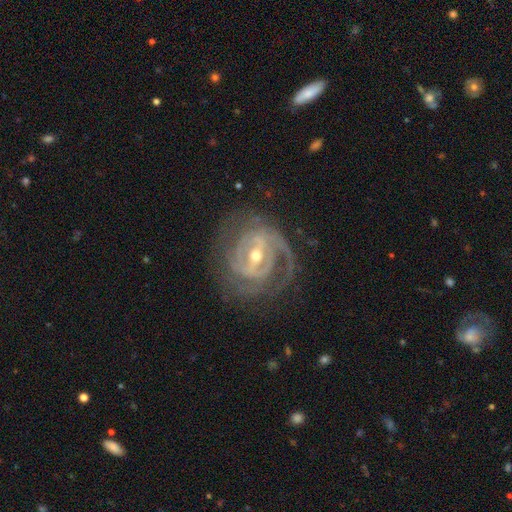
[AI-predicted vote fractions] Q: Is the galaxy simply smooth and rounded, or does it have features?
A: featured or disk — 89%.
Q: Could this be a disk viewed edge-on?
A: no — 96%.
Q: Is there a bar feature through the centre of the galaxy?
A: strong — 52%.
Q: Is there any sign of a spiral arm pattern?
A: yes — 93%.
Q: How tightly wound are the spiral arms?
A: tight — 62%.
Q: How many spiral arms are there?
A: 2 — 38%.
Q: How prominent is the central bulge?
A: moderate — 54%.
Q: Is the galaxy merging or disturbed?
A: none — 71%.